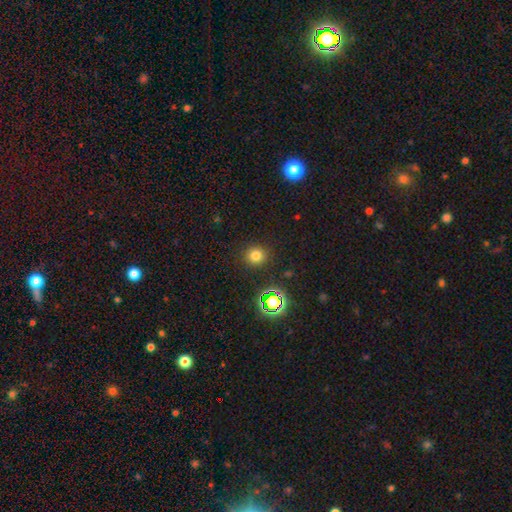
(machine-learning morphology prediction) Smooth or featured? smooth (75%)
How rounded? round (90%)
Merging? none (89%)